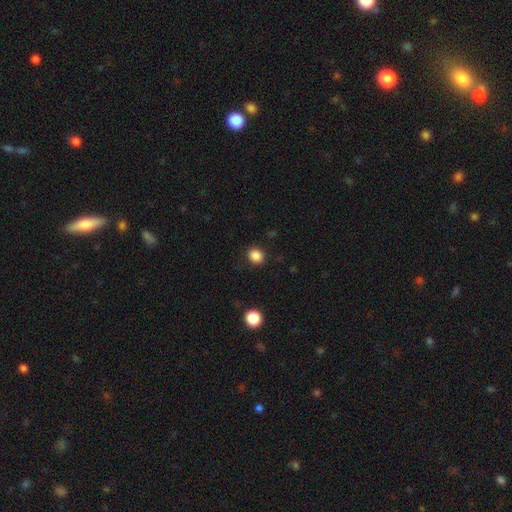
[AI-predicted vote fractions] smooth-or-featured: smooth: 86% | star or artifact: 11% | featured or disk: 4%
  how-rounded: round: 75% | in between: 24% | cigar-shaped: 1%
  merging: none: 89% | minor disturbance: 7% | major disturbance: 2% | merger: 1%